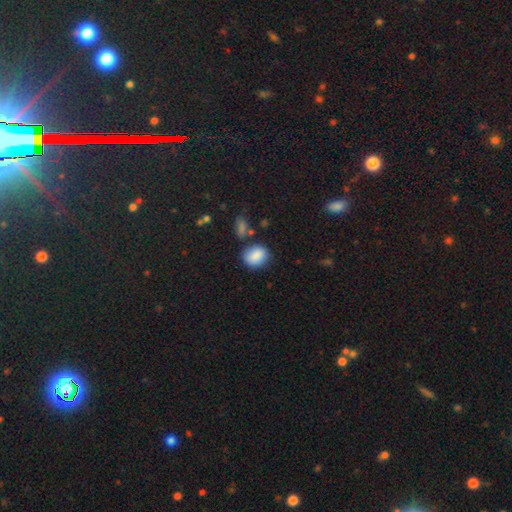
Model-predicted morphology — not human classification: smooth-or-featured: smooth: 87% | star or artifact: 8% | featured or disk: 6%
  how-rounded: round: 57% | in between: 42% | cigar-shaped: 1%
  merging: none: 75% | minor disturbance: 15% | merger: 7% | major disturbance: 4%